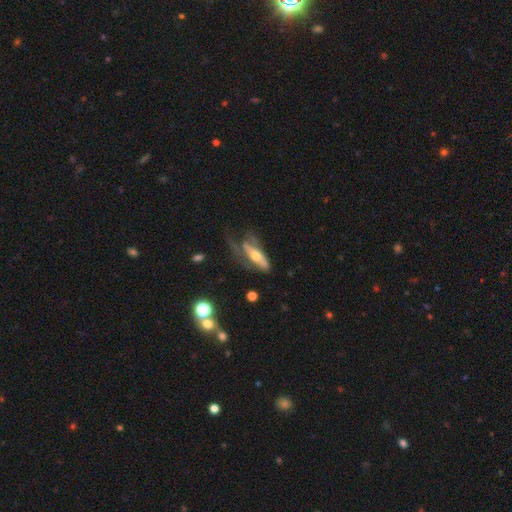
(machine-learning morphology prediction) Smooth or featured: featured or disk — 60% (smooth — 33%)
Edge-on disk: no — 63% (yes — 37%)
Merging: major disturbance — 43% (none — 28%)